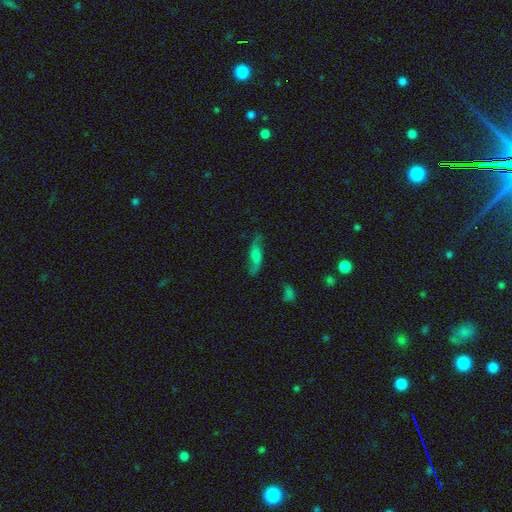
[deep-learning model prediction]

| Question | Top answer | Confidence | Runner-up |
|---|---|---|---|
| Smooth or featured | smooth | 48% | featured or disk (43%) |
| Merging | none | 66% | minor disturbance (22%) |